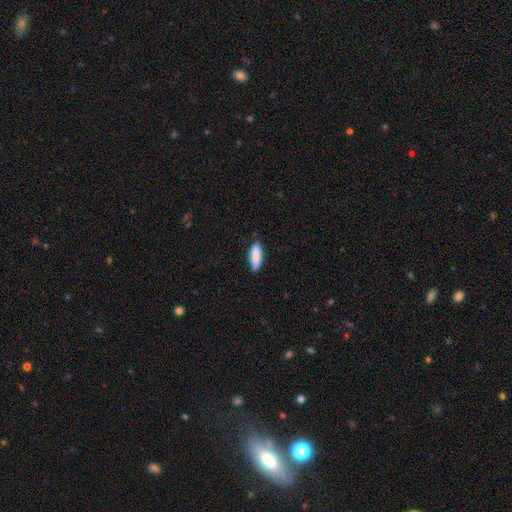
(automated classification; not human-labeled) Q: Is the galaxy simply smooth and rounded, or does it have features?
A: smooth — 85%.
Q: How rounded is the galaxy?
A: in between — 69%.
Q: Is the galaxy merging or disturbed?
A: none — 77%.